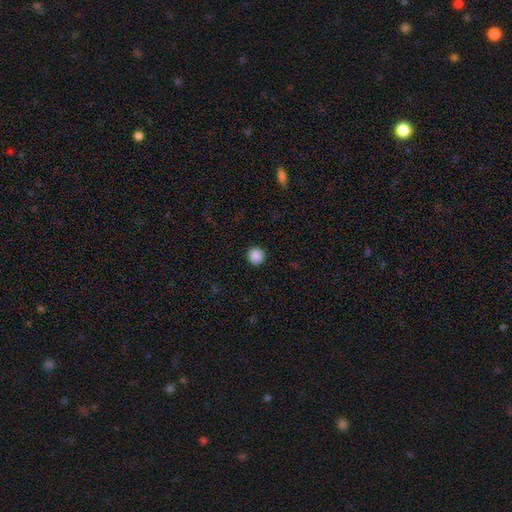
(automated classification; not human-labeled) Overall: smooth (88%). How rounded: round (96%). Merging: none (92%).